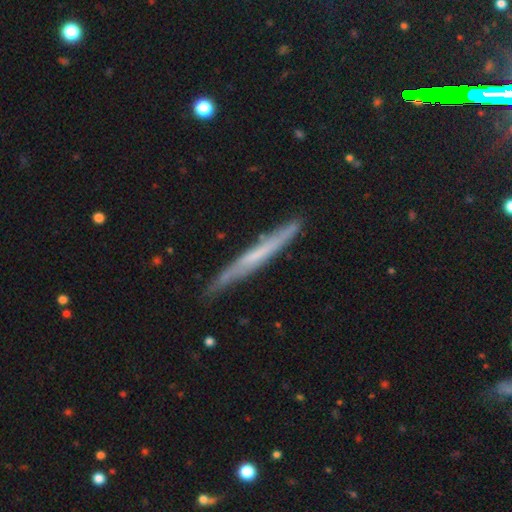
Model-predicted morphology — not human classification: Overall: featured or disk (54%; smooth 41%). Edge-on disk: yes (91%). Merging: none (76%).